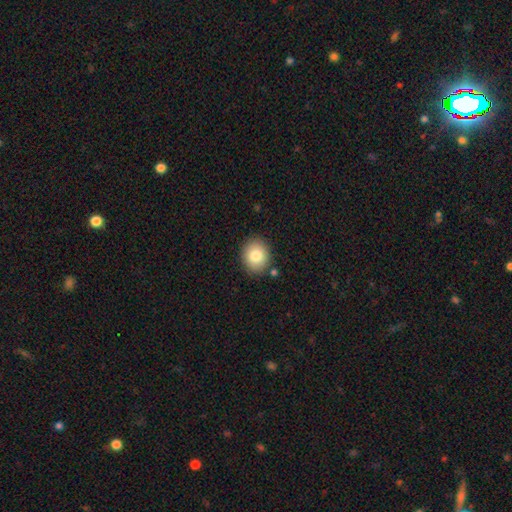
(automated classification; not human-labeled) A smooth galaxy with no disk features (82%) that is round (62%). Merging: none (86%).